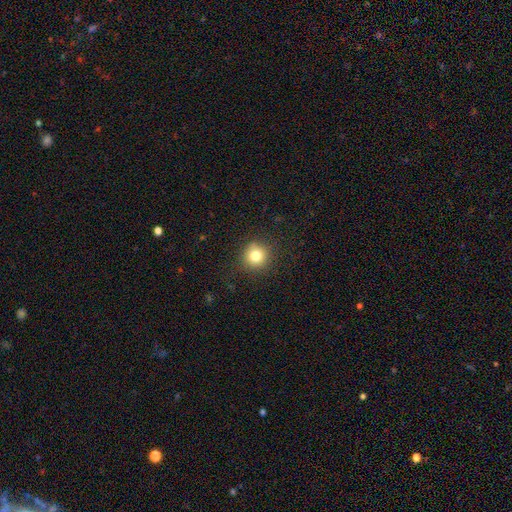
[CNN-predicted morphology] Smooth or featured? smooth (79%)
How rounded? round (94%)
Merging? none (88%)